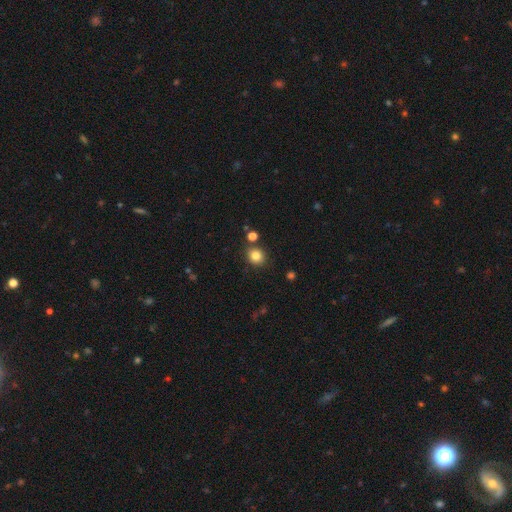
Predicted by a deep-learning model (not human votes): smooth-or-featured: smooth: 83% | star or artifact: 12% | featured or disk: 5%
  how-rounded: round: 79% | in between: 20% | cigar-shaped: 1%
  merging: none: 82% | minor disturbance: 9% | merger: 6% | major disturbance: 3%